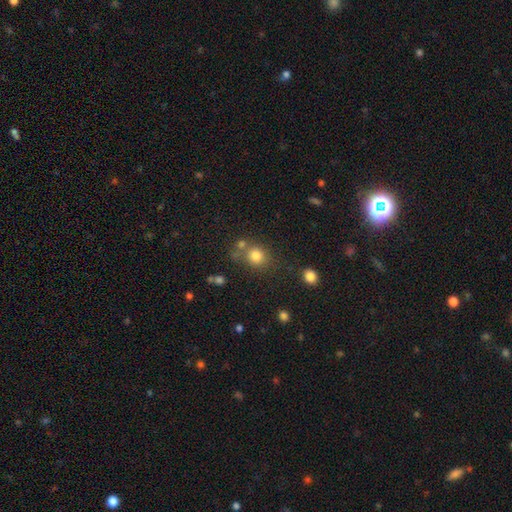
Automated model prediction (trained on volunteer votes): Q: Smooth or featured?
A: smooth (80%); runner-up: star or artifact (13%)
Q: How rounded?
A: round (79%); runner-up: in between (20%)
Q: Merging?
A: none (64%); runner-up: merger (18%)